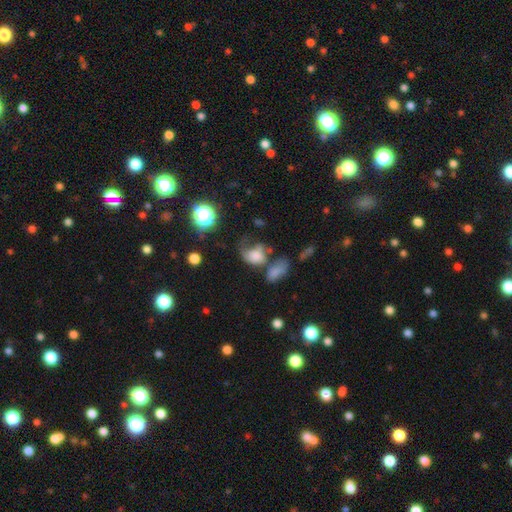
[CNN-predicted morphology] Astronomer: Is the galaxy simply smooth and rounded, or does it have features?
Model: smooth — 61%.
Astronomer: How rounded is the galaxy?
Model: in between — 67%.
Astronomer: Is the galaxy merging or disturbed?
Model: major disturbance — 36% (runner-up: merger, 27%).